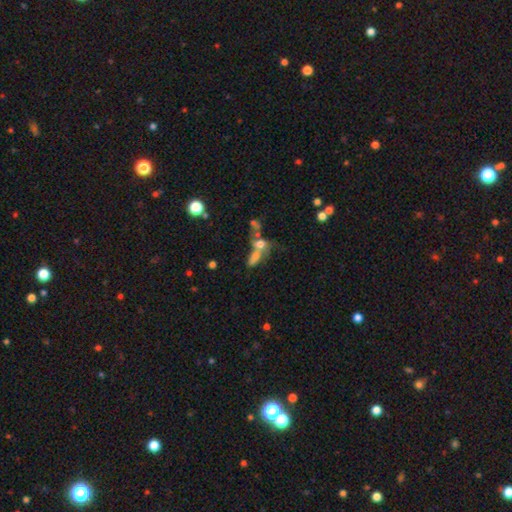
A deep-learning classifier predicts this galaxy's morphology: Smooth or featured: smooth — 55% (featured or disk — 27%)
How rounded: in between — 61% (round — 28%)
Merging: merger — 59% (none — 21%)